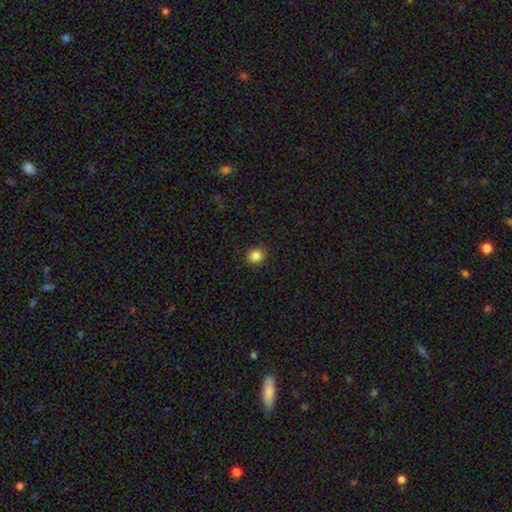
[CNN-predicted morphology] Smooth or featured?
  - smooth: 85% *
  - star or artifact: 11%
  - featured or disk: 4%
How rounded?
  - round: 90% *
  - in between: 9%
  - cigar-shaped: 1%
Merging?
  - none: 91% *
  - minor disturbance: 6%
  - major disturbance: 2%
  - merger: 1%